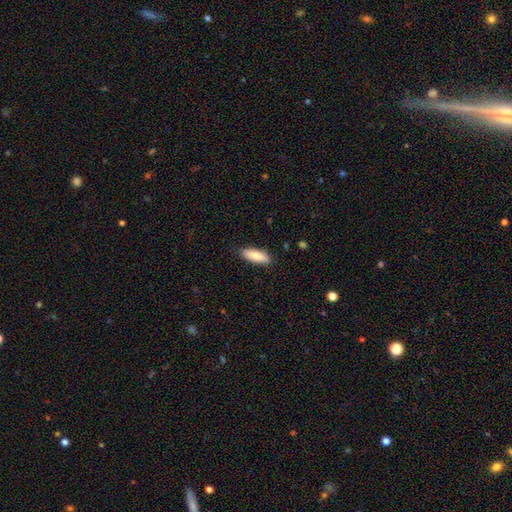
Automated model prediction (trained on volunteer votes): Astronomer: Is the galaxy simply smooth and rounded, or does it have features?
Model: smooth — 82%.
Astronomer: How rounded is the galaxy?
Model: in between — 58% (runner-up: cigar-shaped, 40%).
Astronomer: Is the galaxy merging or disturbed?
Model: none — 87%.